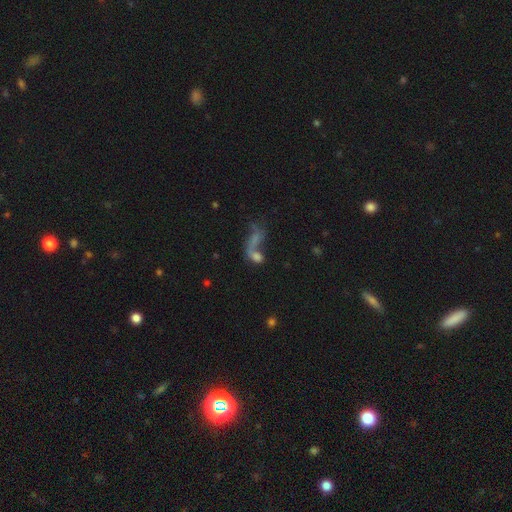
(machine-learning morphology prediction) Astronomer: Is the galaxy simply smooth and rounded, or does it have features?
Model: smooth — 56%.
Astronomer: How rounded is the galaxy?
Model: in between — 69%.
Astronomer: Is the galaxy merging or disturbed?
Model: merger — 54%.